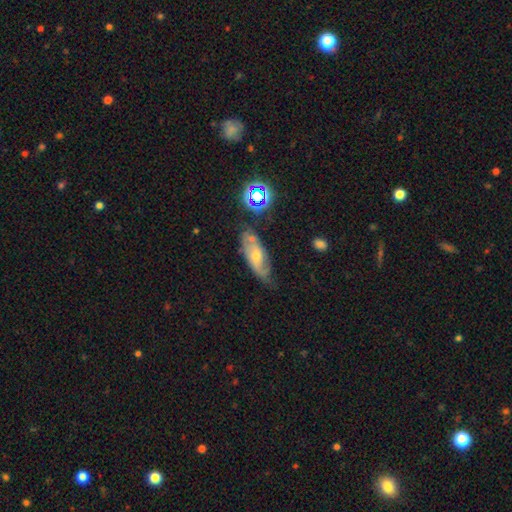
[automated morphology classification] This is possibly a featured or disk galaxy (60%). It is clearly not viewed edge-on (86%). Bar: likely no (64%). Spiral arm pattern: clearly yes (83%). Central bulge: possibly moderate (50%). Merging: possibly none (57%).